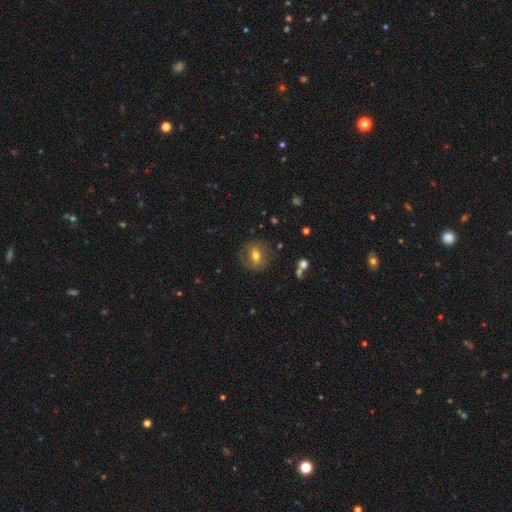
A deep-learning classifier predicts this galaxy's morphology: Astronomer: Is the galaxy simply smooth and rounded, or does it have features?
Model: smooth — 51% (runner-up: featured or disk, 39%).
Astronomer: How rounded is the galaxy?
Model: round — 59% (runner-up: in between, 39%).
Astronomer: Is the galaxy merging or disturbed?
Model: none — 73%.